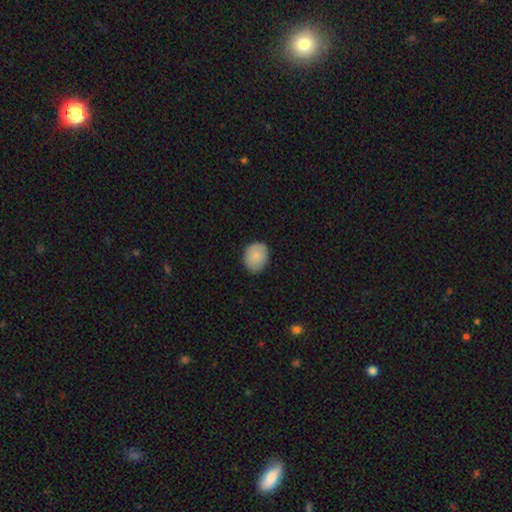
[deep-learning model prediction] This is clearly a smooth galaxy (86%). How rounded: possibly round (56%). Merging: clearly none (83%).